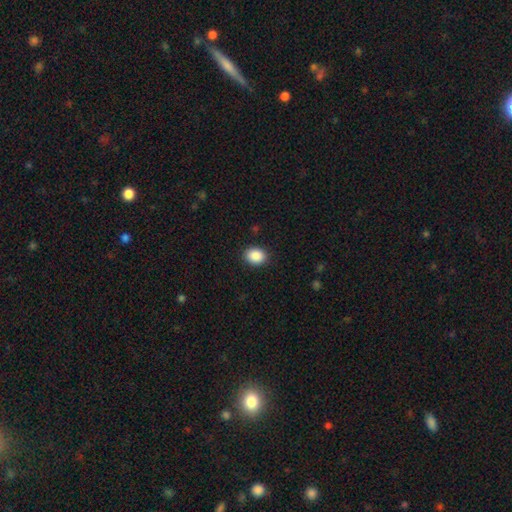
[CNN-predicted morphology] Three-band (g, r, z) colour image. It shows a smooth galaxy with no disk features (89%) that is in between round and cigar-shaped (52%). Merging: none (90%).